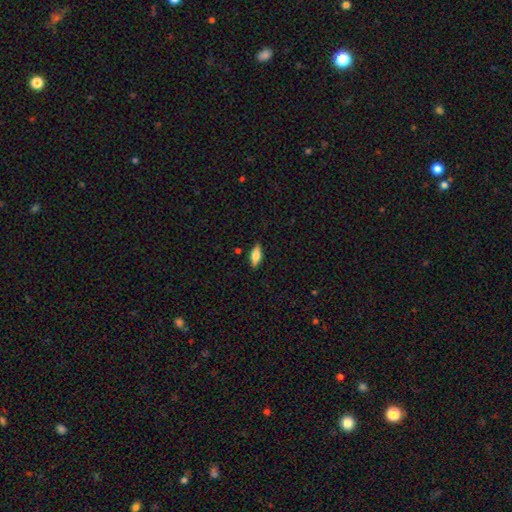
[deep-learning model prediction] smooth_or_featured: smooth (p=0.62) [alt: featured or disk p=0.31]
how_rounded: in between (p=0.73) [alt: cigar-shaped p=0.24]
merging: none (p=0.87) [alt: minor disturbance p=0.10]